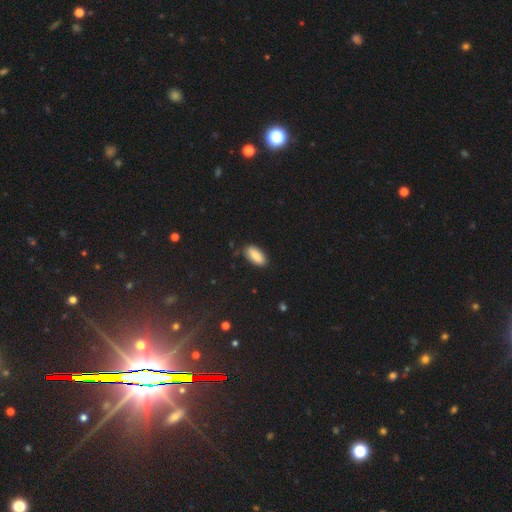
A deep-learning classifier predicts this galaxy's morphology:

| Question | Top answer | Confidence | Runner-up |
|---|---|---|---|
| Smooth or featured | smooth | 86% | star or artifact (7%) |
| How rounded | in between | 88% | cigar-shaped (10%) |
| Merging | none | 81% | minor disturbance (15%) |